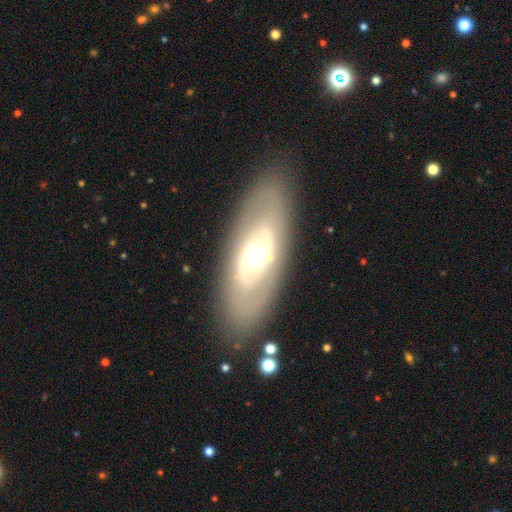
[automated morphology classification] type=featured or disk (64%); edge-on=no (85%); bar=no (68%); spiral arms=no (70%); bulge=moderate (64%); merging=none (84%).